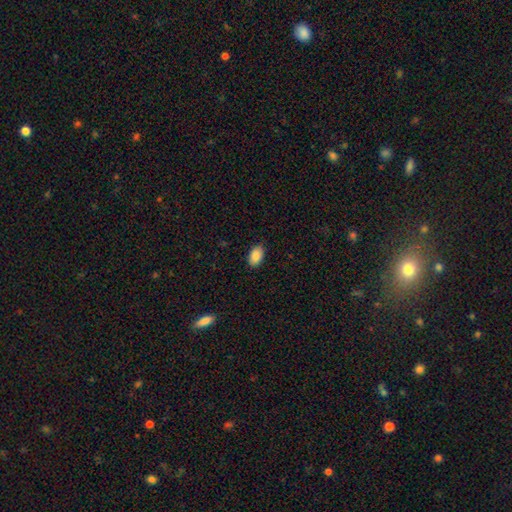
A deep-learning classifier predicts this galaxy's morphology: type=smooth (88%); roundness=in between (93%); merging=none (88%).